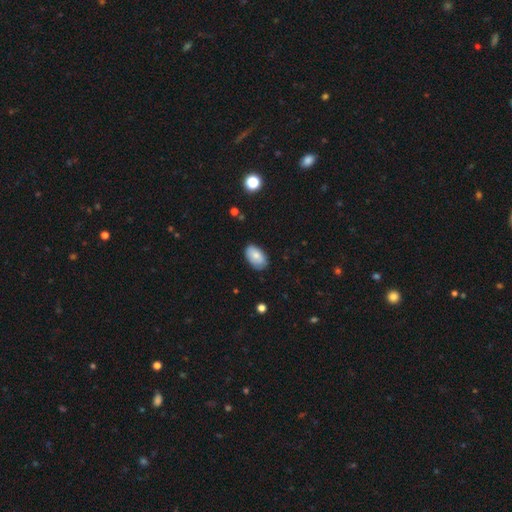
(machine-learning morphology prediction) Overall: smooth (75%). How rounded: in between (93%). Merging: none (77%).